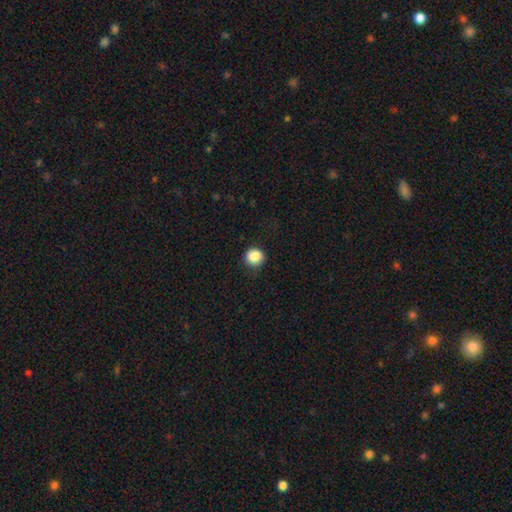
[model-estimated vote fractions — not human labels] Smooth or featured? Predicted: smooth (p=0.87). How rounded? Predicted: round (p=0.84). Merging? Predicted: none (p=0.78).